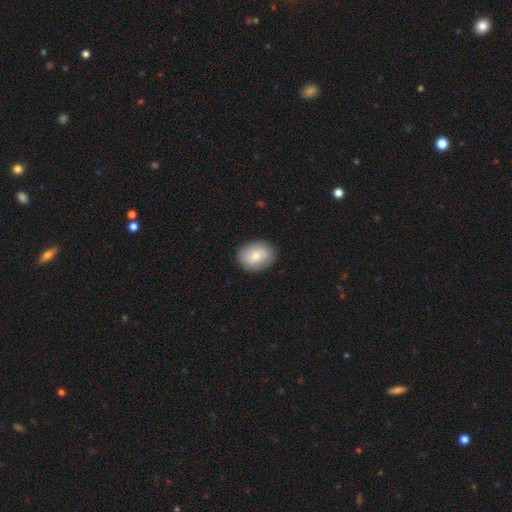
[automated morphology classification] smooth_or_featured: smooth (p=0.72) [alt: featured or disk p=0.21]
how_rounded: in between (p=0.50) [alt: round p=0.49]
merging: none (p=0.87) [alt: minor disturbance p=0.09]